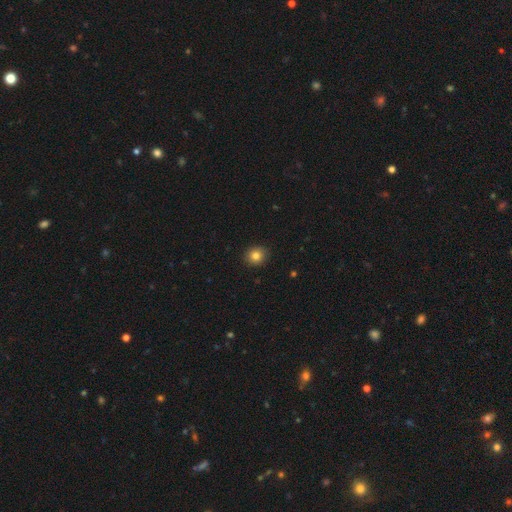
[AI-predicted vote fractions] smooth 82%, star or artifact 11%, featured or disk 6%. Down the decision tree: how rounded — round (83%); merging — none (90%).